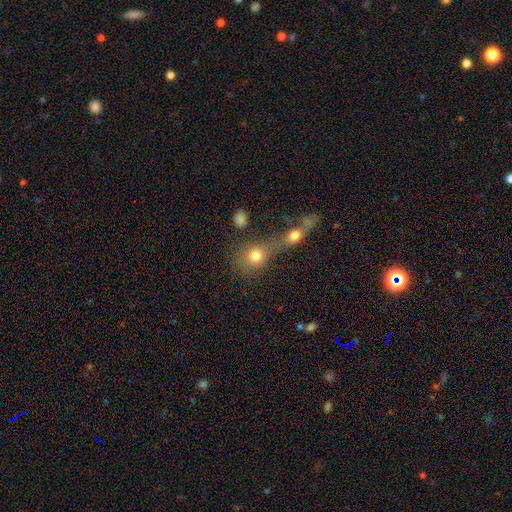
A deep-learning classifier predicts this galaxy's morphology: A smooth galaxy with no disk features (74%) that is round (71%). Merging: merger (55%).